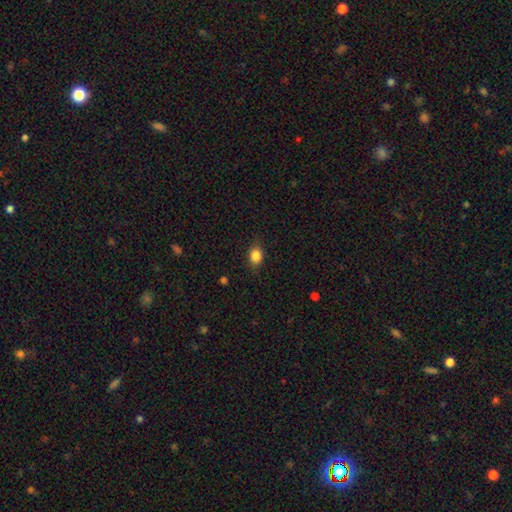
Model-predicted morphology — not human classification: Smooth or featured?
  - smooth: 86% *
  - star or artifact: 9%
  - featured or disk: 5%
How rounded?
  - in between: 64% *
  - round: 35%
  - cigar-shaped: 1%
Merging?
  - none: 84% *
  - minor disturbance: 12%
  - major disturbance: 3%
  - merger: 1%